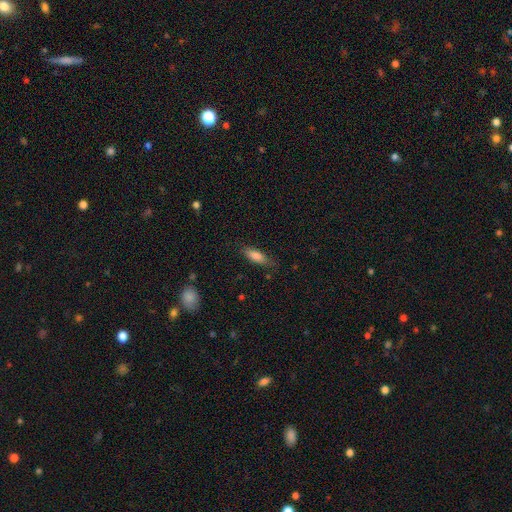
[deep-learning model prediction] The model was most divided on "how rounded": in between: 60%, cigar-shaped: 38%, round: 2%. More confident: smooth or featured — smooth (80%); merging — none (77%).